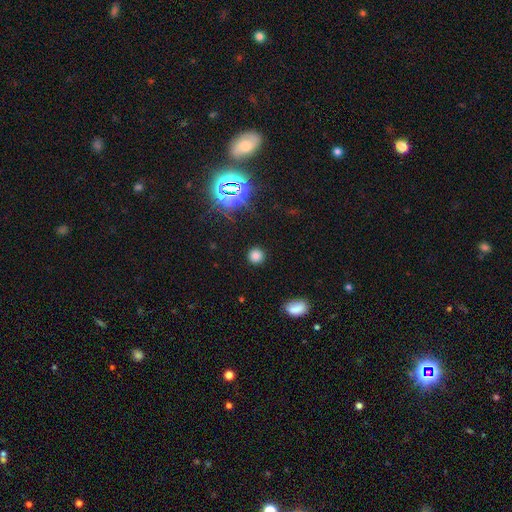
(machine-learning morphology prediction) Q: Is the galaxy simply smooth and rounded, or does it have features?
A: smooth — 75%.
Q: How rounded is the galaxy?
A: round — 92%.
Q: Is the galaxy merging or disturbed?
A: none — 89%.